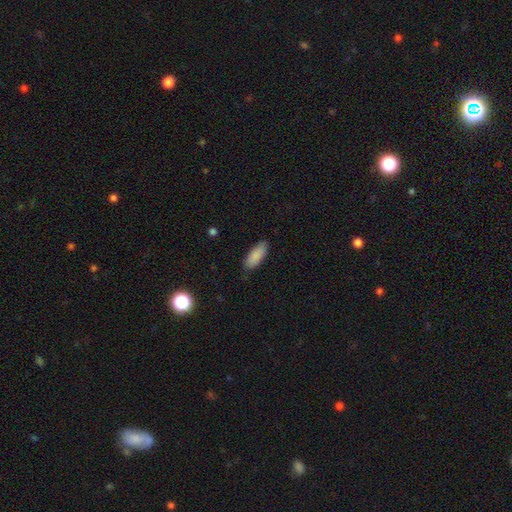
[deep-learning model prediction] A smooth galaxy with no disk features (88%) that is in between round and cigar-shaped (79%). Merging: none (81%).